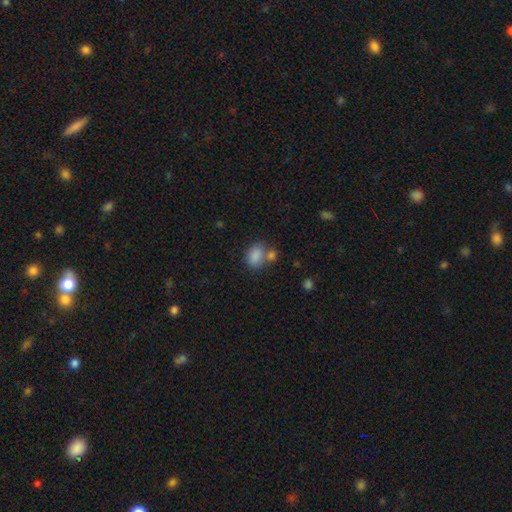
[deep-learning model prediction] The model was most divided on "merging": none: 48%, merger: 32%, minor disturbance: 14%, major disturbance: 6%. More confident: smooth or featured — smooth (84%); how rounded — in between (72%).